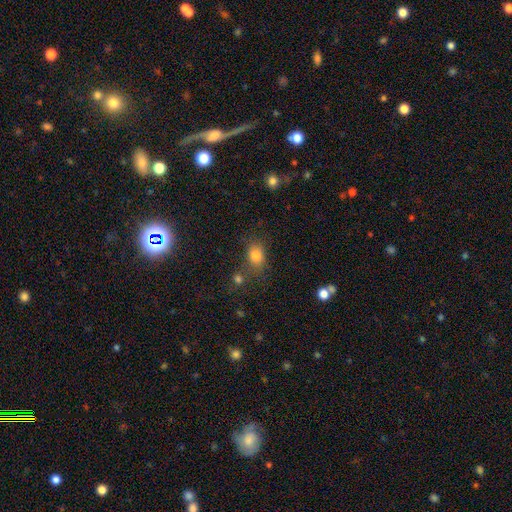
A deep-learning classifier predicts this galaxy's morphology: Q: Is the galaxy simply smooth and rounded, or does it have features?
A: smooth — 80%.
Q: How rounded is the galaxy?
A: in between — 59%.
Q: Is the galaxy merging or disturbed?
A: none — 65%.